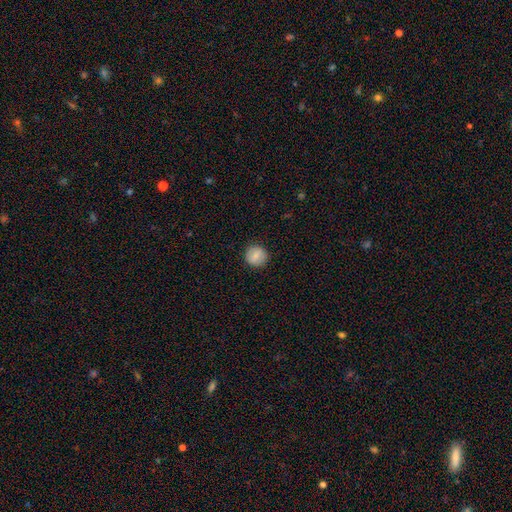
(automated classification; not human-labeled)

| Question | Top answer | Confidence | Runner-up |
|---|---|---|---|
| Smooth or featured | smooth | 81% | featured or disk (11%) |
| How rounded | round | 93% | in between (6%) |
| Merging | none | 90% | minor disturbance (7%) |